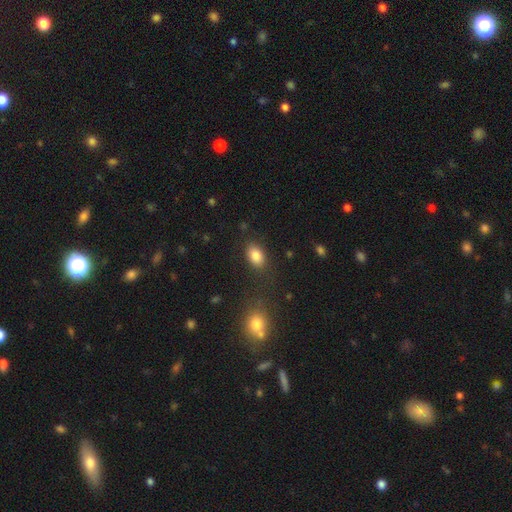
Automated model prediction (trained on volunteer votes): The model was most divided on "merging": none: 83%, minor disturbance: 11%, major disturbance: 3%, merger: 3%. More confident: how rounded — in between (87%); smooth or featured — smooth (84%).